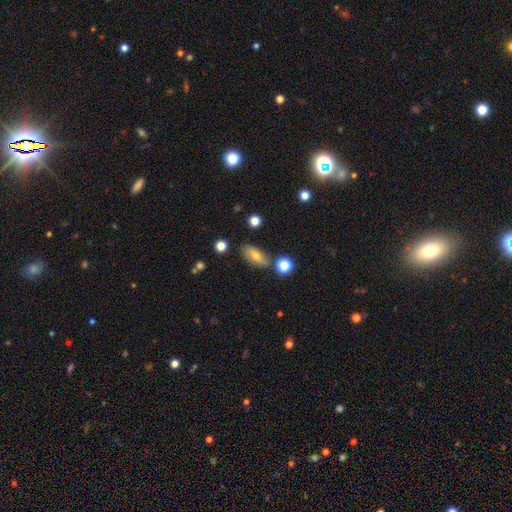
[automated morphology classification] smooth 64%, featured or disk 26%, star or artifact 10%. Down the decision tree: how rounded — in between (79%); merging — none (72%).